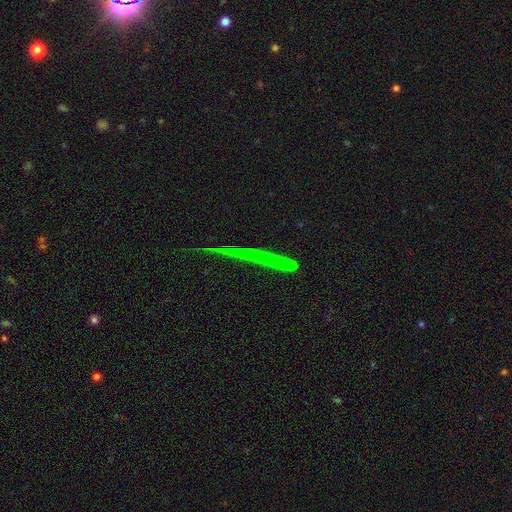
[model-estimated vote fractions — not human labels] featured or disk 54%, smooth 29%, star or artifact 17%. Down the decision tree: edge-on disk — yes (95%); edge-on bulge — none (92%); merging — none (83%).